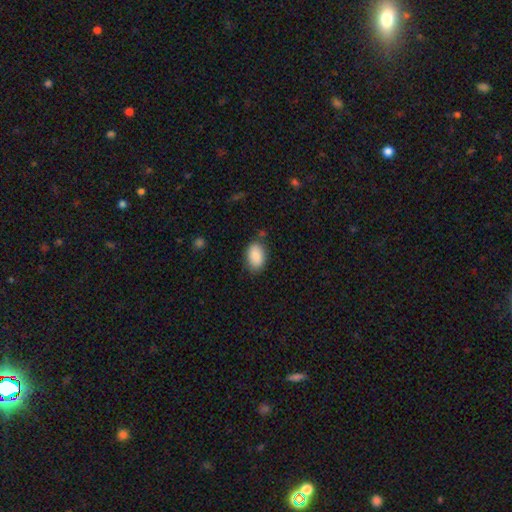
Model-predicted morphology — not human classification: Overall: smooth (88%). How rounded: in between (90%). Merging: none (80%).